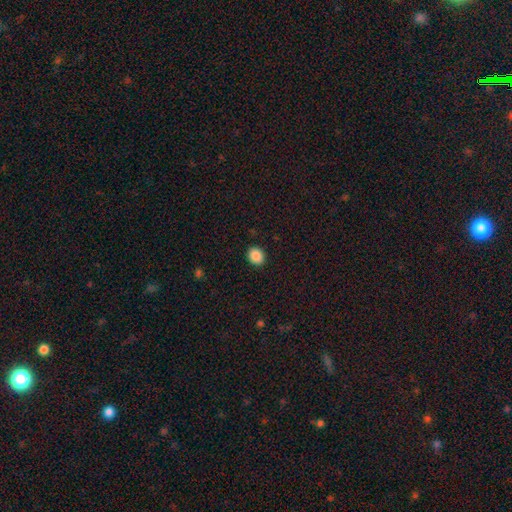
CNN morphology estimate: A smooth galaxy with no disk features (88%) that is round (64%). Merging: none (91%).